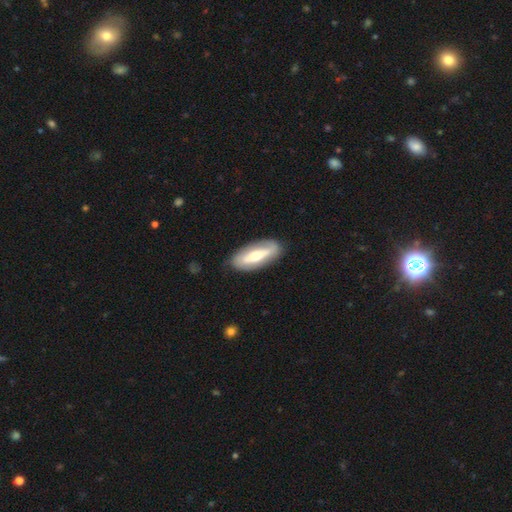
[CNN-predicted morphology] This is possibly a featured or disk galaxy (53%). It is likely not viewed edge-on (70%). Merging: clearly none (82%).